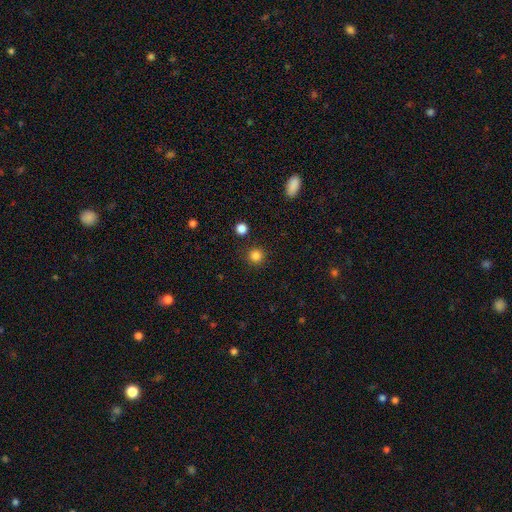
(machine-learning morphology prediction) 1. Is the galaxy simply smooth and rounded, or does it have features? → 84% smooth, 13% star or artifact, 3% featured or disk.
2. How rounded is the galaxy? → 95% round, 4% in between, 1% cigar-shaped.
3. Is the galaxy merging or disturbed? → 90% none, 6% minor disturbance, 2% merger, 2% major disturbance.